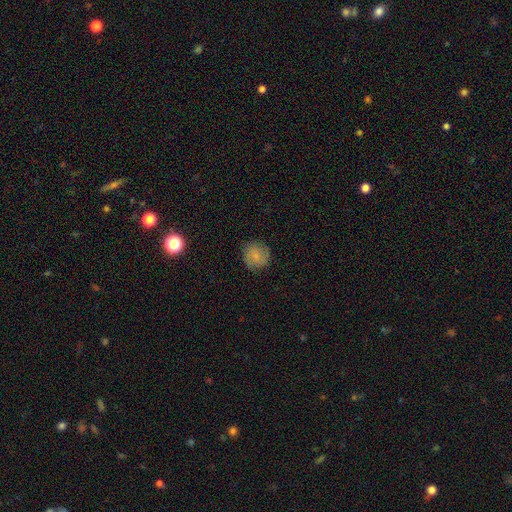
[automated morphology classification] A smooth galaxy with no disk features (71%) that is round (90%).

Vote fractions:
- Smooth or featured? smooth: 71% / featured or disk: 20% / star or artifact: 9%
- How rounded? round: 90% / in between: 9% / cigar-shaped: 1%
- Merging? none: 83% / minor disturbance: 13% / major disturbance: 3% / merger: 1%